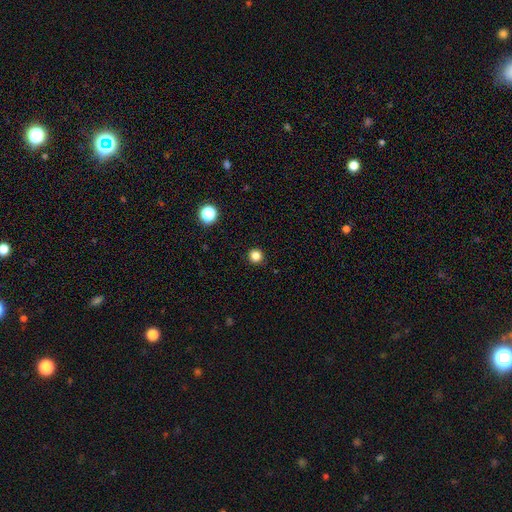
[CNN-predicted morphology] Smooth or featured: smooth — 84% (star or artifact — 13%)
How rounded: round — 96% (in between — 4%)
Merging: none — 93% (minor disturbance — 5%)